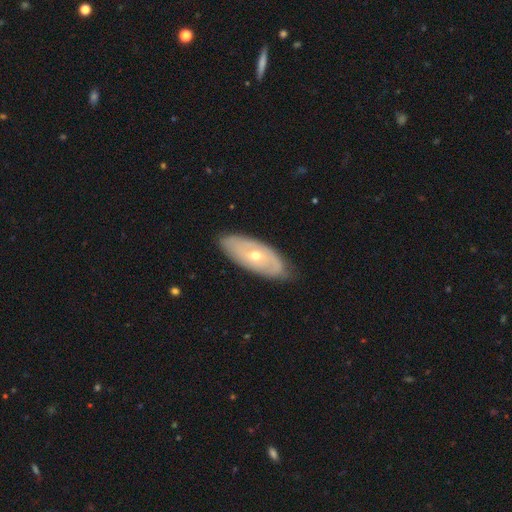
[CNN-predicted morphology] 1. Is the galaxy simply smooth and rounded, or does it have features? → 63% featured or disk, 31% smooth, 6% star or artifact.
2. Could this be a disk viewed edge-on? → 82% no, 18% yes.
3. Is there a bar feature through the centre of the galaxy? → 82% no, 14% weak, 4% strong.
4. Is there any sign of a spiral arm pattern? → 50% no (tied), 50% yes (tied).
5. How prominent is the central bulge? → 56% moderate, 41% small, 2% large, 1% none, 1% dominant.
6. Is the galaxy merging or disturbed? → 79% none, 16% minor disturbance, 3% major disturbance, 1% merger.